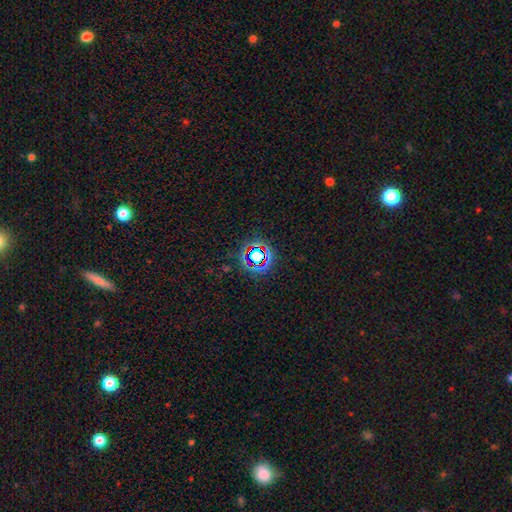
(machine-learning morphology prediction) Smooth or featured? Predicted: star or artifact (p=0.68).